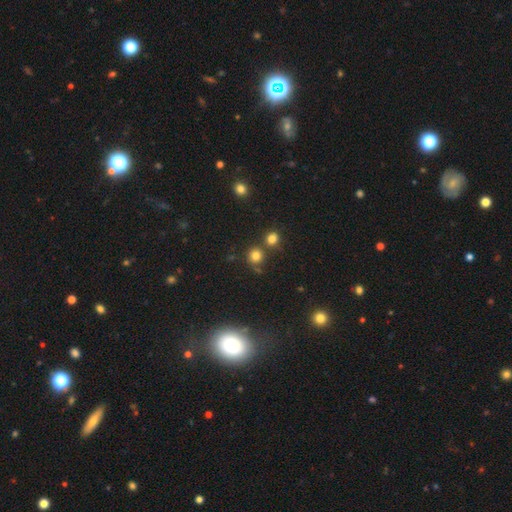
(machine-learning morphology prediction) Smooth or featured? Predicted: smooth (p=0.78). How rounded? Predicted: round (p=0.90). Merging? Predicted: none (p=0.72).